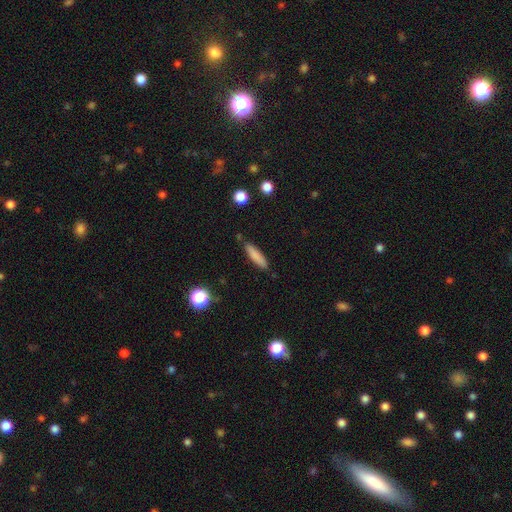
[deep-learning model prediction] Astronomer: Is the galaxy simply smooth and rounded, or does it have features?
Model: smooth — 82%.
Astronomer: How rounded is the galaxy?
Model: cigar-shaped — 80%.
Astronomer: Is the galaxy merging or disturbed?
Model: none — 84%.